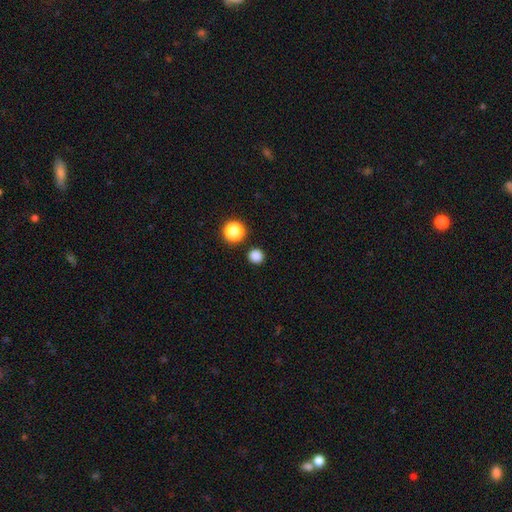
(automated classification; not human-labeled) smooth-or-featured: smooth: 83% | star or artifact: 14% | featured or disk: 3%
  how-rounded: round: 94% | in between: 5% | cigar-shaped: 1%
  merging: none: 89% | minor disturbance: 5% | merger: 3% | major disturbance: 2%